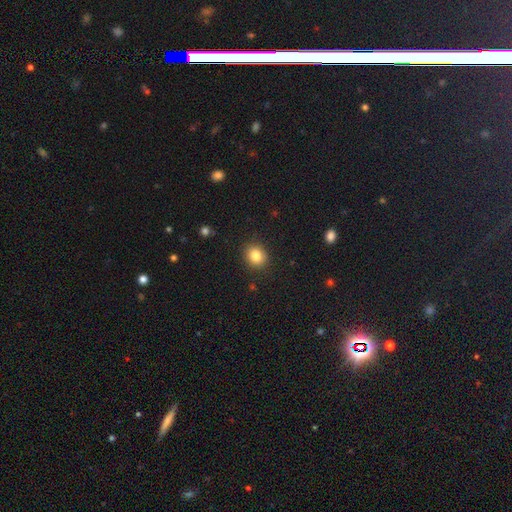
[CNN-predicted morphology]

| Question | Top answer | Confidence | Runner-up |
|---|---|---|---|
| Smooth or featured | smooth | 84% | star or artifact (10%) |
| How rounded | round | 72% | in between (27%) |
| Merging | none | 89% | minor disturbance (7%) |